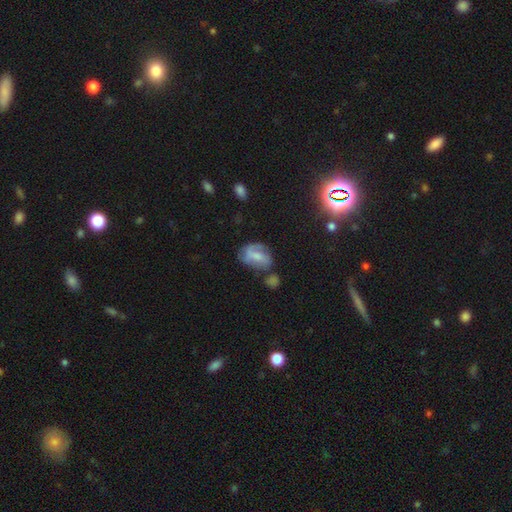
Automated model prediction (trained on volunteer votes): This is possibly a smooth galaxy (49%). Merging: marginally none (43%).